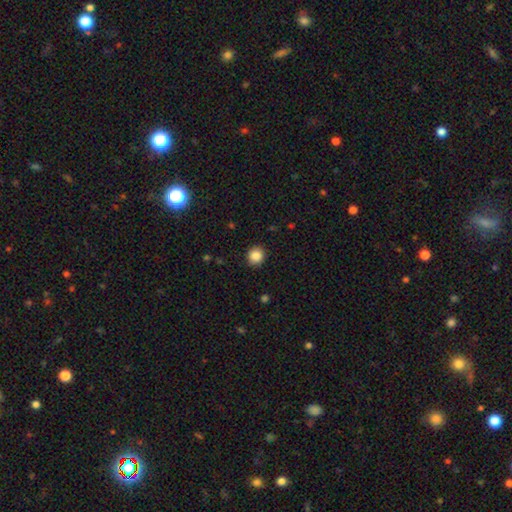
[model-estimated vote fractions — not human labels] Morphology: type=smooth (87%); roundness=round (90%); merging=none (90%).